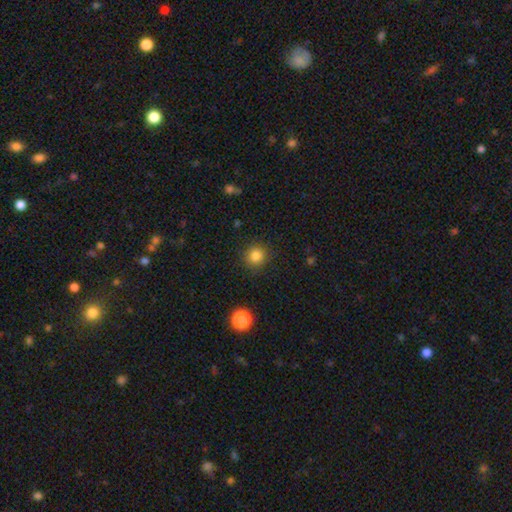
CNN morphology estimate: Q: Smooth or featured?
A: smooth (84%); runner-up: star or artifact (11%)
Q: How rounded?
A: round (90%); runner-up: in between (9%)
Q: Merging?
A: none (89%); runner-up: minor disturbance (7%)